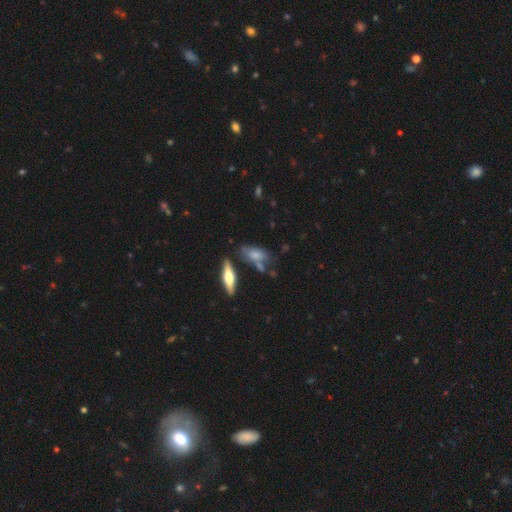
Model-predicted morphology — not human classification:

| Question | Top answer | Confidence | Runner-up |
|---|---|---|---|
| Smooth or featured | smooth | 62% | featured or disk (29%) |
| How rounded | in between | 74% | cigar-shaped (21%) |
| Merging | none | 51% | minor disturbance (24%) |